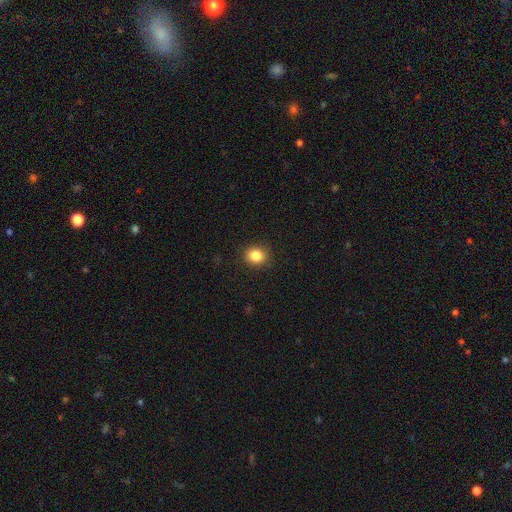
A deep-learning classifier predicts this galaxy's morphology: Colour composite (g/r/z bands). It shows a smooth galaxy with no disk features (85%) that is round (78%). Merging: none (90%).